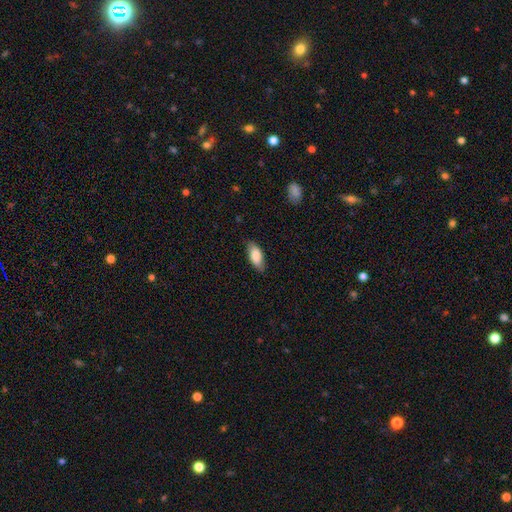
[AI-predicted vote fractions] Smooth or featured?
  - smooth: 84% *
  - featured or disk: 10%
  - star or artifact: 6%
How rounded?
  - in between: 84% *
  - cigar-shaped: 13%
  - round: 2%
Merging?
  - none: 80% *
  - minor disturbance: 16%
  - major disturbance: 3%
  - merger: 1%